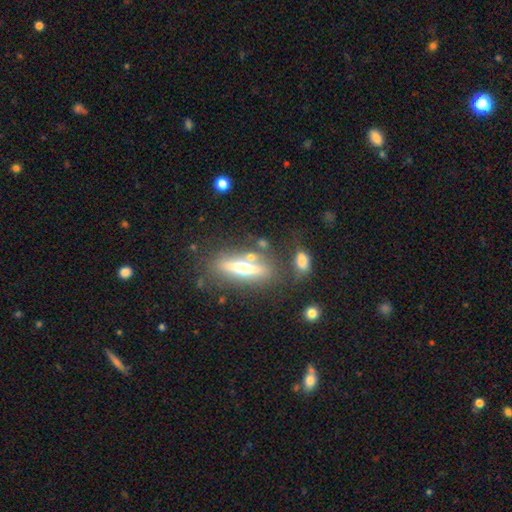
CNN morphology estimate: A featured or disk galaxy (58%) viewed edge-on (85%).

Vote fractions:
- Smooth or featured? featured or disk: 58% / smooth: 34% / star or artifact: 9%
- Edge-on disk? yes: 85% / no: 15%
- Merging? none: 70% / minor disturbance: 13% / merger: 11% / major disturbance: 5%